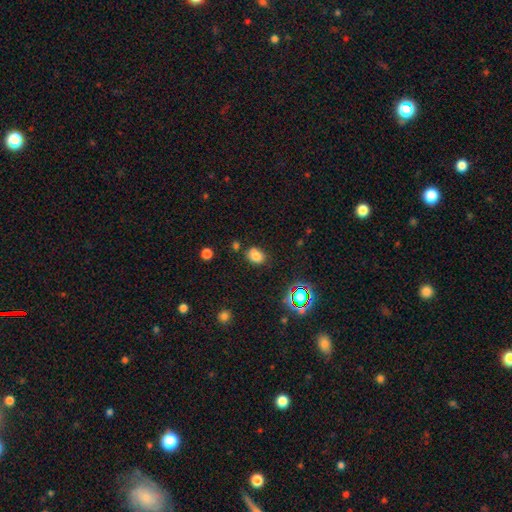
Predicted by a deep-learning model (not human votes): A smooth galaxy with no disk features (76%) that is in between round and cigar-shaped (66%).

Vote fractions:
- Smooth or featured? smooth: 76% / star or artifact: 17% / featured or disk: 7%
- How rounded? in between: 66% / round: 33% / cigar-shaped: 1%
- Merging? none: 72% / minor disturbance: 17% / merger: 7% / major disturbance: 4%